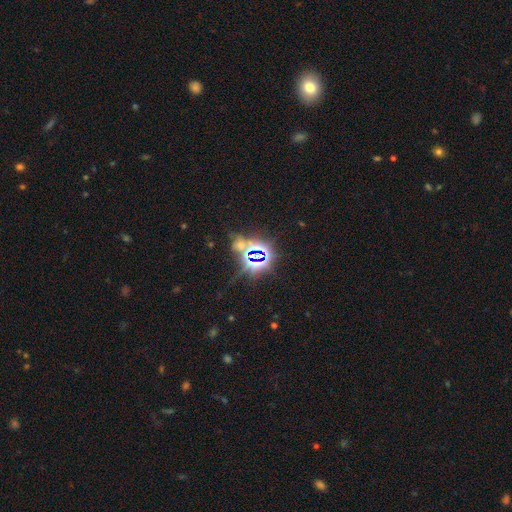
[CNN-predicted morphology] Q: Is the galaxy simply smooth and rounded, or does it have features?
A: star or artifact — 79%.